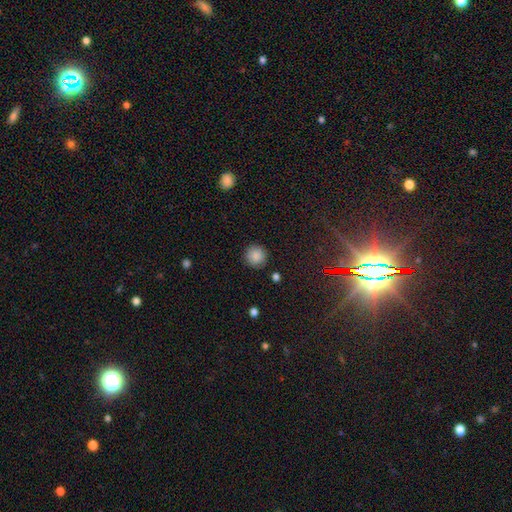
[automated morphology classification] smooth-or-featured: smooth: 87% | star or artifact: 9% | featured or disk: 4%
  how-rounded: round: 94% | in between: 5% | cigar-shaped: 1%
  merging: none: 90% | minor disturbance: 7% | major disturbance: 2% | merger: 1%